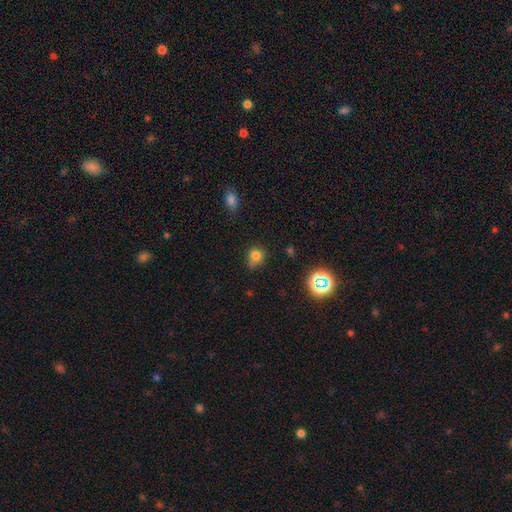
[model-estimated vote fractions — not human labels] This appears to be a smooth galaxy with no disk features (76%) that is round (69%). Merging: none (56%).